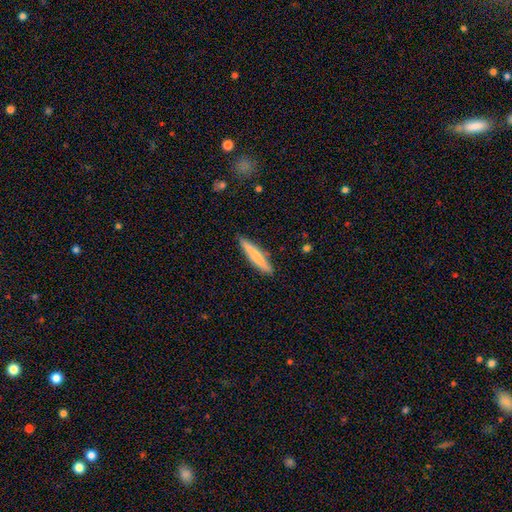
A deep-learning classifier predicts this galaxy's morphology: A smooth galaxy with no disk features (66%) that is cigar-shaped (92%). Merging: none (89%).